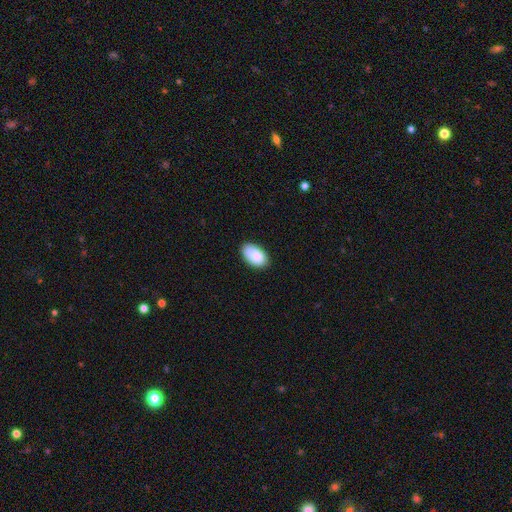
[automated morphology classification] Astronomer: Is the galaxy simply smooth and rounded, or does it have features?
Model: smooth — 84%.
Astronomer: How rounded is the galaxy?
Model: in between — 94%.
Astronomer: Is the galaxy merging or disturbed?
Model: none — 76%.